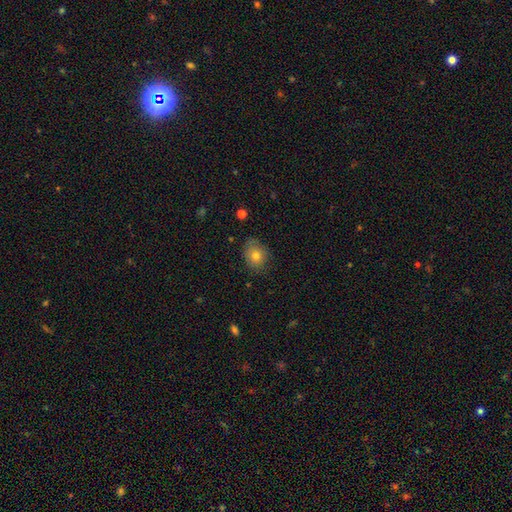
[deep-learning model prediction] Smooth or featured? smooth (76%)
How rounded? round (60%)
Merging? none (72%)